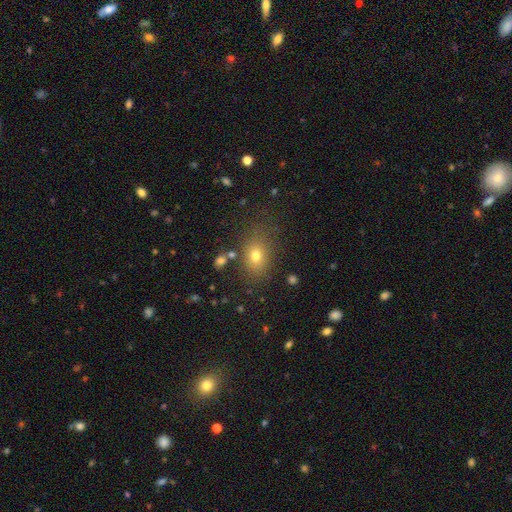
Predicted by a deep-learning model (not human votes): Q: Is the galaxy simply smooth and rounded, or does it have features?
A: smooth — 73%.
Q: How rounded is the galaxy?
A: in between — 67%.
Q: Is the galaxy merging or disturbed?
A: none — 75%.